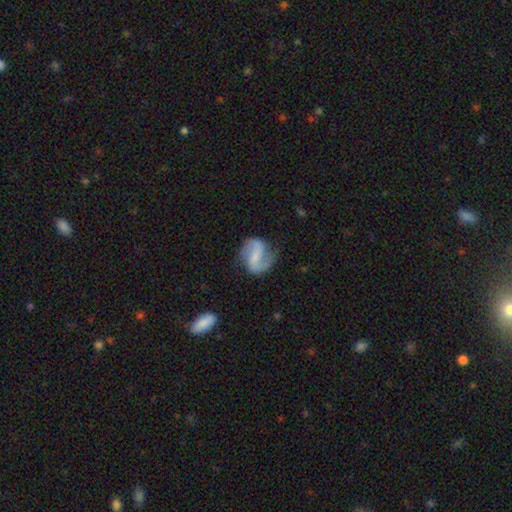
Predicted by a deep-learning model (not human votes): Overall: featured or disk (76%). Edge-on disk: no (98%). Bar: weak (47%; strong 29%). Spiral arms: yes (94%). Spiral arm count: 2 (89%). Spiral winding: medium (45%; loose 41%). Bulge size: small (41%; none 29%). Merging: none (72%).